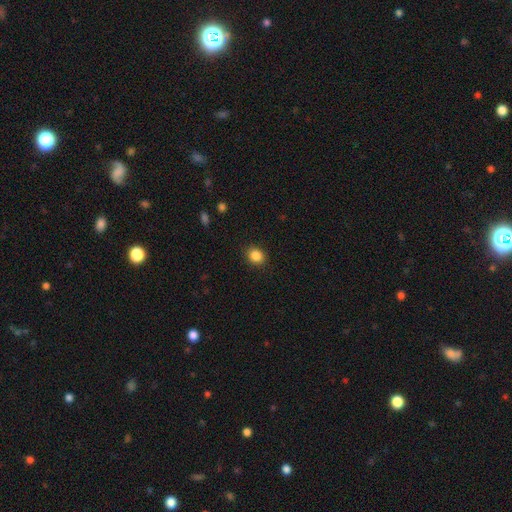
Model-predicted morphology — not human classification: Q: Smooth or featured?
A: smooth (86%); runner-up: star or artifact (10%)
Q: How rounded?
A: round (63%); runner-up: in between (36%)
Q: Merging?
A: none (89%); runner-up: minor disturbance (8%)